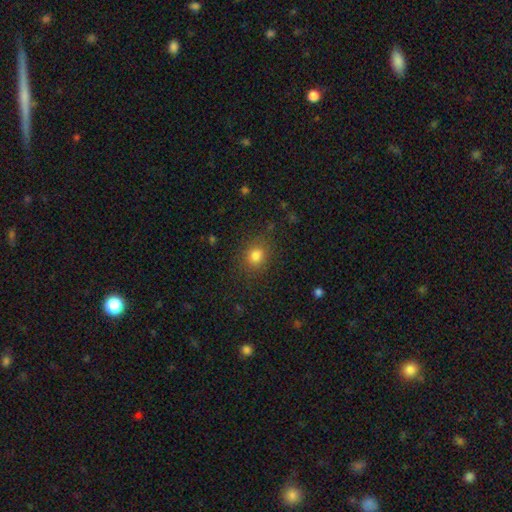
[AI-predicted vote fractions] Overall: smooth (80%). How rounded: round (68%; in between 31%). Merging: none (84%).